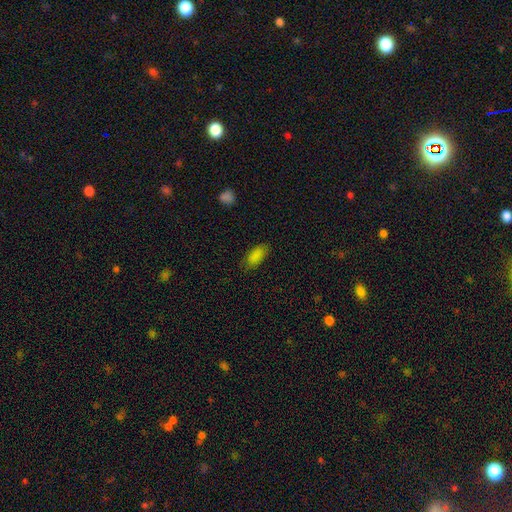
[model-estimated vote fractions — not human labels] Morphology: type=smooth (87%); roundness=in between (91%); merging=none (79%).